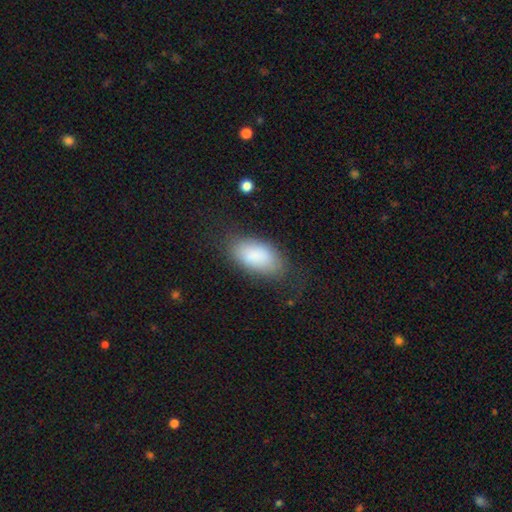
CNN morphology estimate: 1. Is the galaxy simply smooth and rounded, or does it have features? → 85% smooth, 8% featured or disk, 7% star or artifact.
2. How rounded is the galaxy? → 93% in between, 4% cigar-shaped, 3% round.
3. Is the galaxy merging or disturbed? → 69% none, 20% minor disturbance, 9% major disturbance, 2% merger.